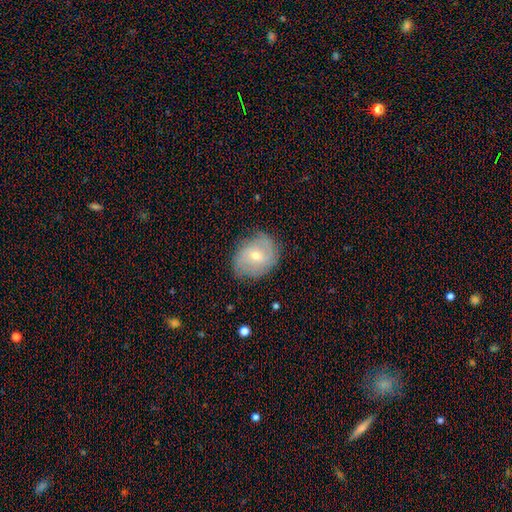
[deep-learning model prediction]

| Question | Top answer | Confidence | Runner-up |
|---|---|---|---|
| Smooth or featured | featured or disk | 57% | smooth (35%) |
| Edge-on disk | no | 96% | yes (4%) |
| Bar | no | 52% | weak (39%) |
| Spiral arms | yes | 75% | no (25%) |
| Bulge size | small | 51% | moderate (46%) |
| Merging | none | 75% | minor disturbance (19%) |